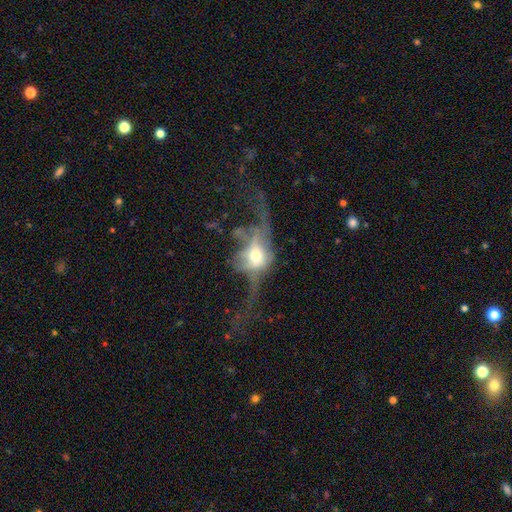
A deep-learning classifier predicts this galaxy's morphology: smooth_or_featured: featured or disk (p=0.65) [alt: smooth p=0.25]
disk_edge_on: no (p=0.55) [alt: yes p=0.45]
merging: major disturbance (p=0.54) [alt: none p=0.25]